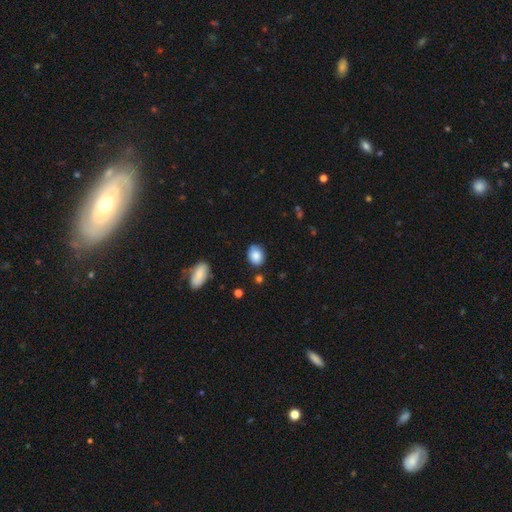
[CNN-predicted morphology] smooth 86%, star or artifact 8%, featured or disk 6%. Down the decision tree: how rounded — in between (50%); merging — none (77%).